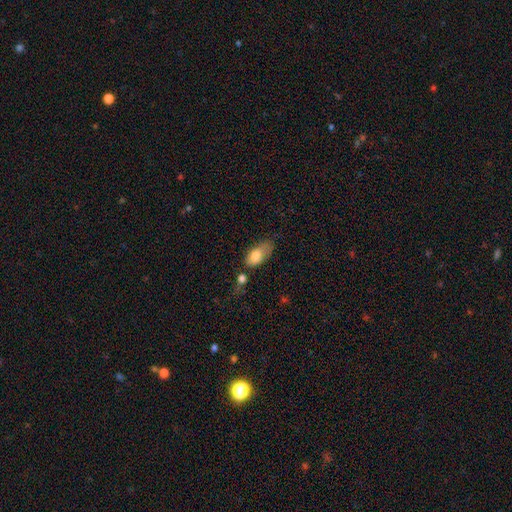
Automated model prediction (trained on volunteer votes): A smooth galaxy with no disk features (79%) that is in between round and cigar-shaped (88%).

Vote fractions:
- Smooth or featured? smooth: 79% / featured or disk: 13% / star or artifact: 7%
- How rounded? in between: 88% / cigar-shaped: 8% / round: 4%
- Merging? none: 39% / minor disturbance: 33% / major disturbance: 16% / merger: 11%